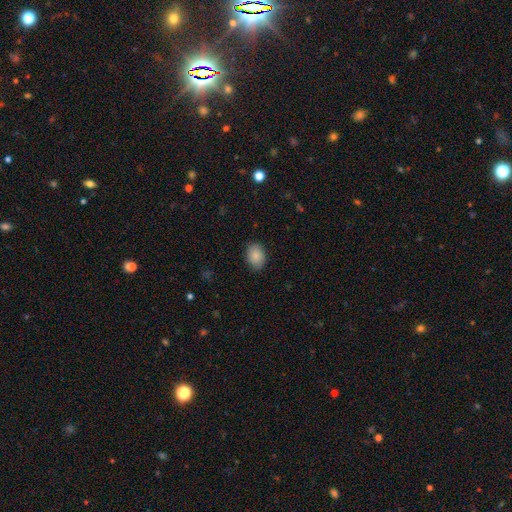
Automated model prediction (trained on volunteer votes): Morphology: type=smooth (87%); roundness=in between (76%); merging=none (85%).